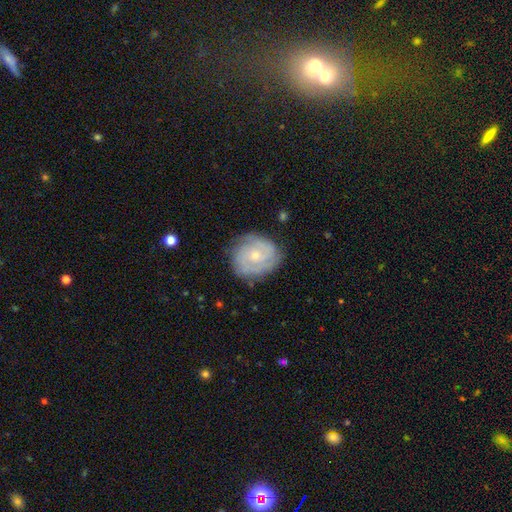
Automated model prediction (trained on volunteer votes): Morphology: type=featured or disk (77%); edge-on=no (98%); bar=no (74%); spiral arms=yes (91%); winding=tight (67%); arm count=2 (39%); bulge=small (63%); merging=none (76%).